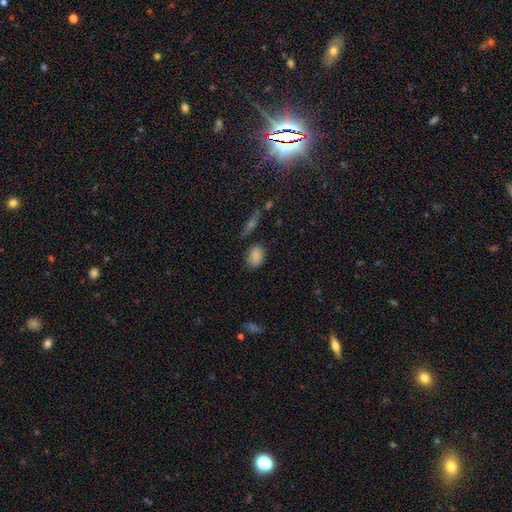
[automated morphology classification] Q: Smooth or featured?
A: smooth (83%); runner-up: star or artifact (11%)
Q: How rounded?
A: in between (76%); runner-up: round (22%)
Q: Merging?
A: none (72%); runner-up: minor disturbance (20%)